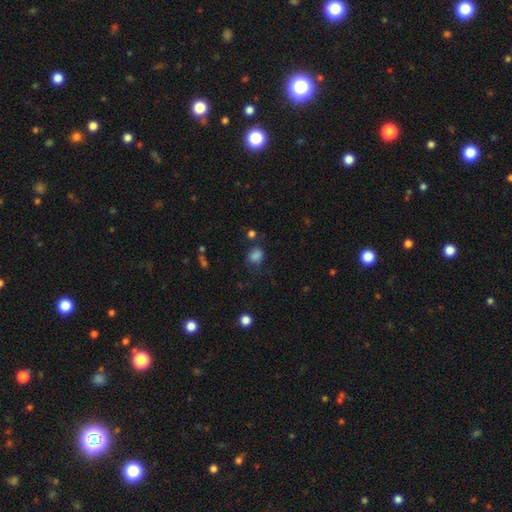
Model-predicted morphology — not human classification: Smooth or featured?
  - smooth: 81% *
  - star or artifact: 13%
  - featured or disk: 6%
How rounded?
  - round: 56% *
  - in between: 43%
  - cigar-shaped: 1%
Merging?
  - none: 59% *
  - minor disturbance: 24%
  - major disturbance: 12%
  - merger: 5%